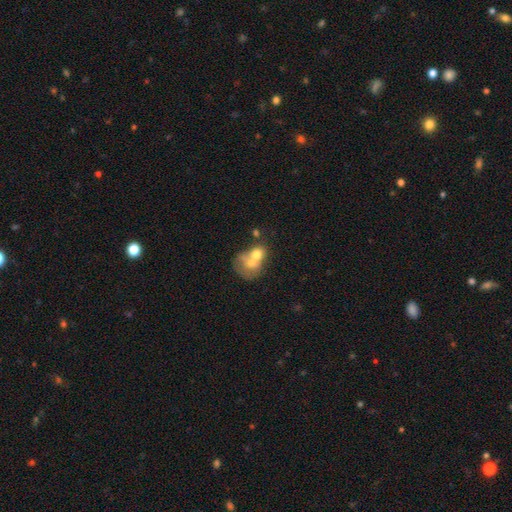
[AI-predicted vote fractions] smooth-or-featured: smooth: 59% | featured or disk: 32% | star or artifact: 10%
  how-rounded: round: 53% | in between: 45% | cigar-shaped: 1%
  merging: merger: 69% | none: 16% | minor disturbance: 8% | major disturbance: 7%